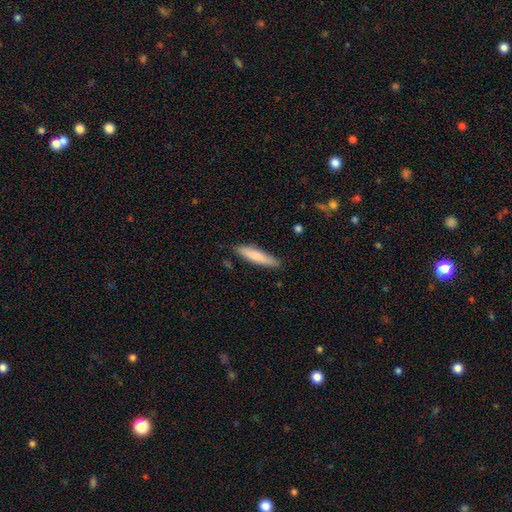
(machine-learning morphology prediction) smooth_or_featured: smooth (p=0.79) [alt: featured or disk p=0.16]
how_rounded: cigar-shaped (p=0.84) [alt: in between p=0.15]
merging: none (p=0.86) [alt: minor disturbance p=0.11]